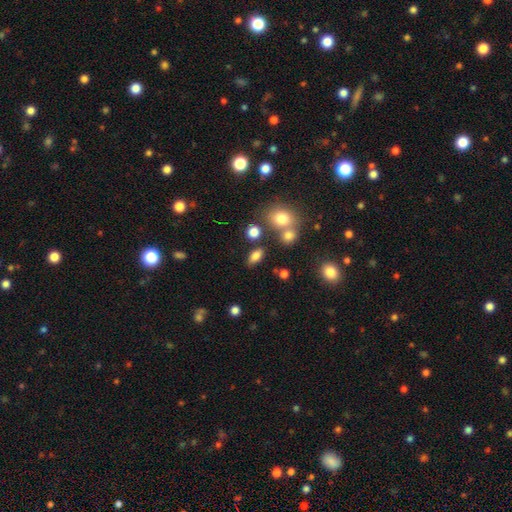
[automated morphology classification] Overall: smooth (79%). How rounded: in between (83%). Merging: none (76%).